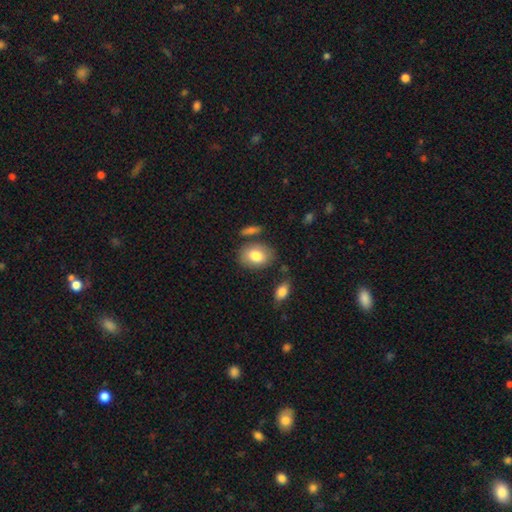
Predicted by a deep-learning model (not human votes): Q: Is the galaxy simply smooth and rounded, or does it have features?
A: smooth — 79%.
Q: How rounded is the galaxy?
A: in between — 76%.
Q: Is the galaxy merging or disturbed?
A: none — 74%.